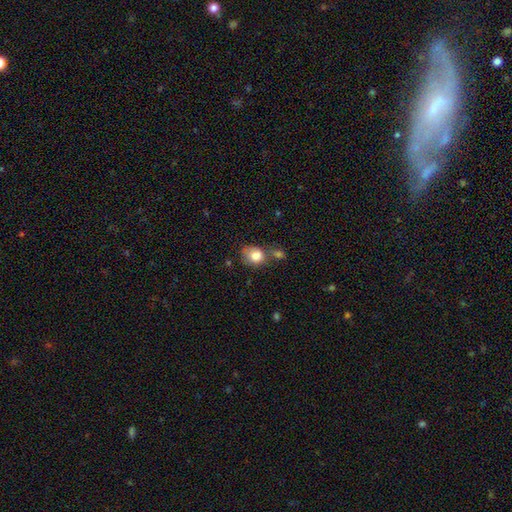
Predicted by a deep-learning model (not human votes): smooth-or-featured: smooth: 82% | featured or disk: 10% | star or artifact: 8%
  how-rounded: round: 50% | in between: 49% | cigar-shaped: 1%
  merging: none: 40% | merger: 26% | minor disturbance: 23% | major disturbance: 11%